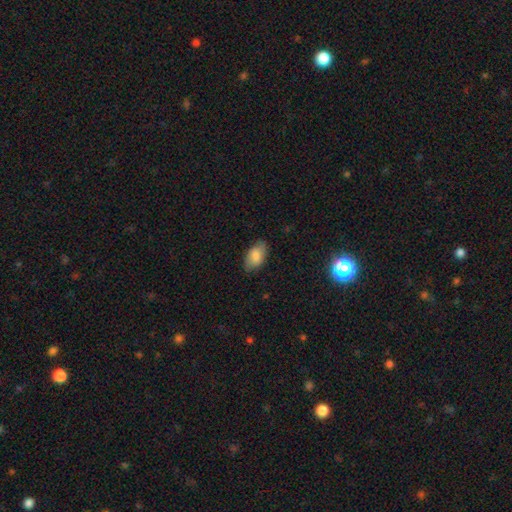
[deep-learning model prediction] A smooth galaxy with no disk features (81%) that is in between round and cigar-shaped (93%). Merging: none (79%).